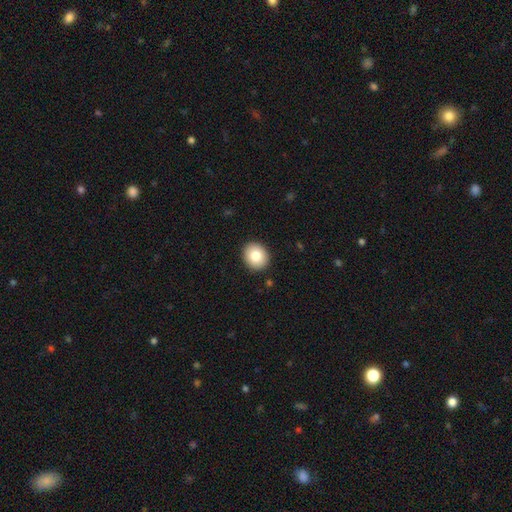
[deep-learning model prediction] Q: Smooth or featured?
A: smooth (82%); runner-up: featured or disk (10%)
Q: How rounded?
A: round (70%); runner-up: in between (29%)
Q: Merging?
A: none (91%); runner-up: minor disturbance (6%)